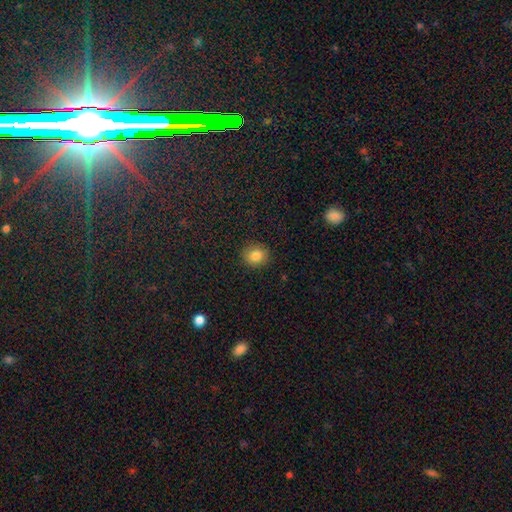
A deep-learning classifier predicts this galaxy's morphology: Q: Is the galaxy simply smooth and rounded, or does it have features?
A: smooth — 84%.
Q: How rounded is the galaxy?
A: round — 73%.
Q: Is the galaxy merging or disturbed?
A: none — 89%.